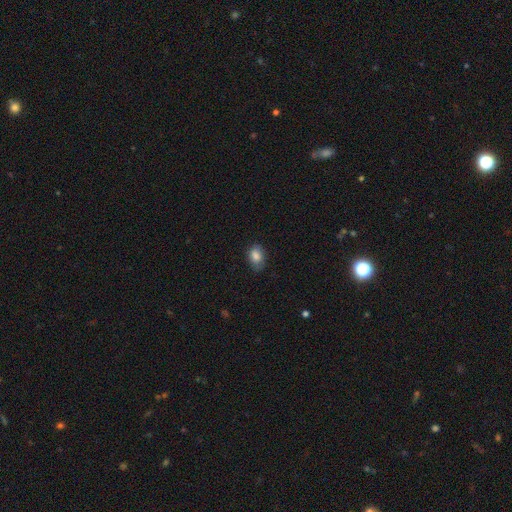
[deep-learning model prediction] smooth 84%, star or artifact 8%, featured or disk 7%. Down the decision tree: how rounded — in between (80%); merging — none (72%).